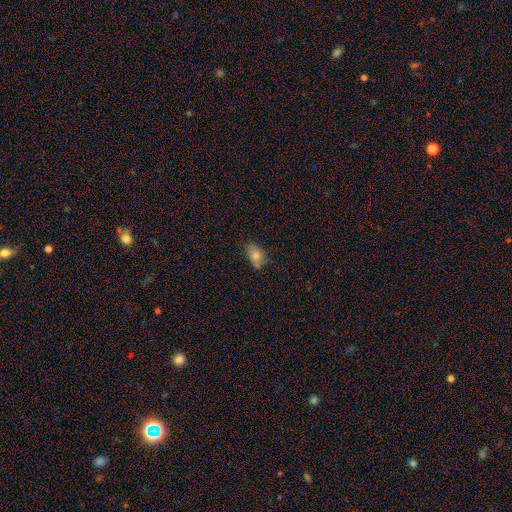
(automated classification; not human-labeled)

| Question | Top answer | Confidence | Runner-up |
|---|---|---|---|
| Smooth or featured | smooth | 76% | featured or disk (15%) |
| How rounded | in between | 86% | round (13%) |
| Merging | none | 70% | minor disturbance (24%) |